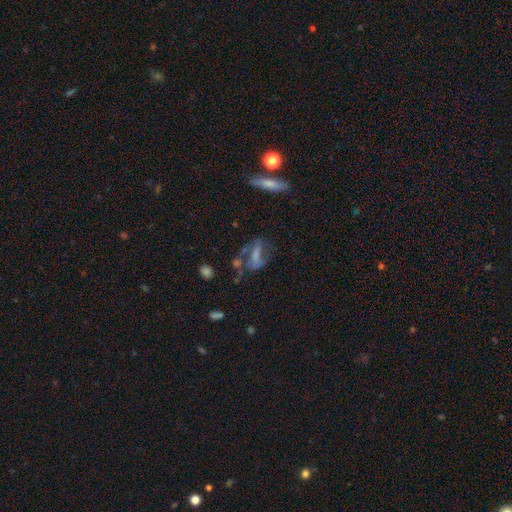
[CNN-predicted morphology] A featured or disk galaxy (44%). Merging: none (33%).